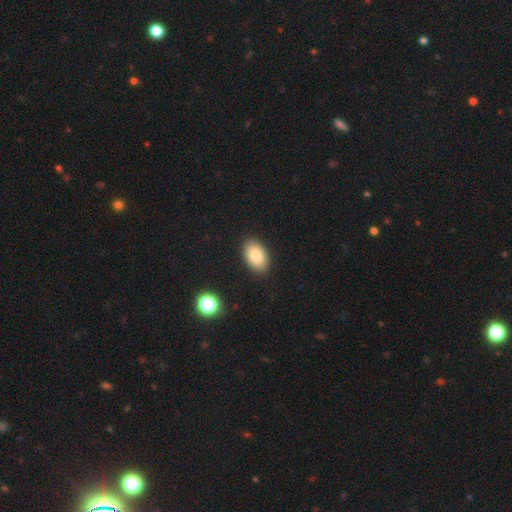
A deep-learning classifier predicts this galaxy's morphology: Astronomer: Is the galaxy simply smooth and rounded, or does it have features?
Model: smooth — 84%.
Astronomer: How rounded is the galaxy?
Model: in between — 93%.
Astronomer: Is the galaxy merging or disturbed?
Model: none — 89%.